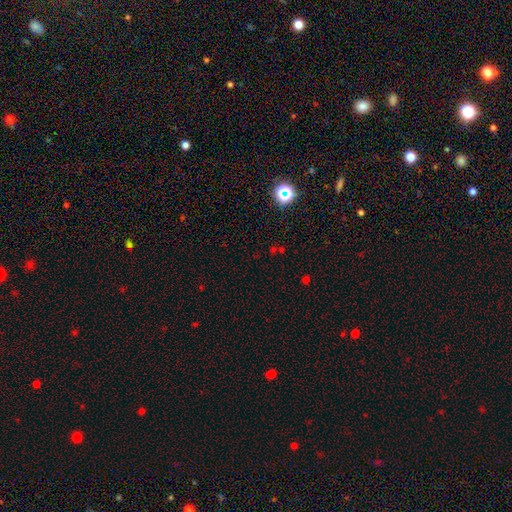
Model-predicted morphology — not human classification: smooth-or-featured: star or artifact: 62% | smooth: 29% | featured or disk: 9%